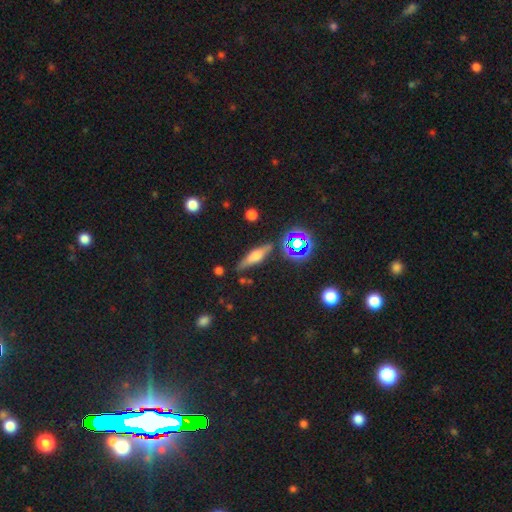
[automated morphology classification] This appears to be a featured or disk galaxy (45%). Merging: none (80%).